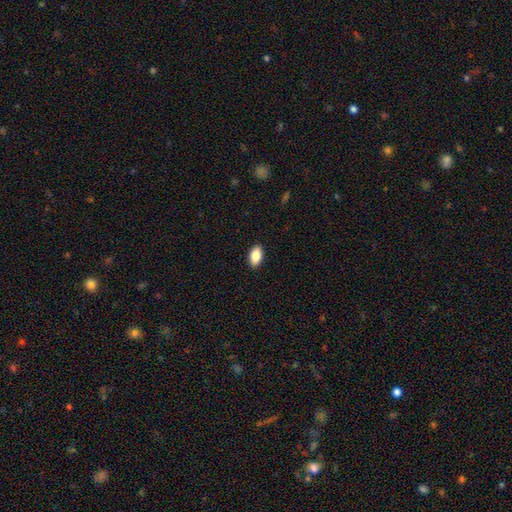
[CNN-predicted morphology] Smooth or featured? Predicted: smooth (p=0.86). How rounded? Predicted: in between (p=0.92). Merging? Predicted: none (p=0.90).